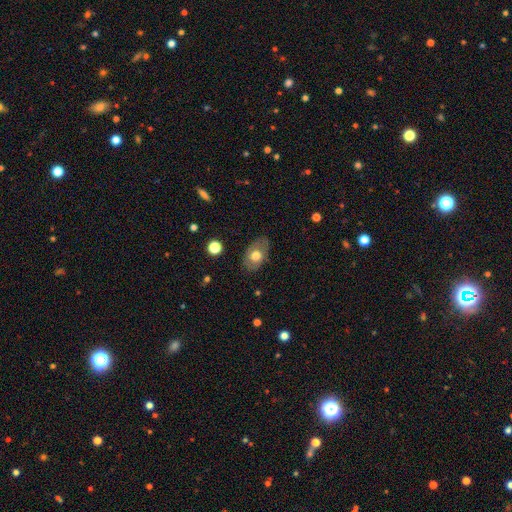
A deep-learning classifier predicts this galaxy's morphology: smooth_or_featured: smooth (p=0.61) [alt: featured or disk p=0.31]
how_rounded: in between (p=0.83) [alt: round p=0.16]
merging: none (p=0.78) [alt: minor disturbance p=0.16]